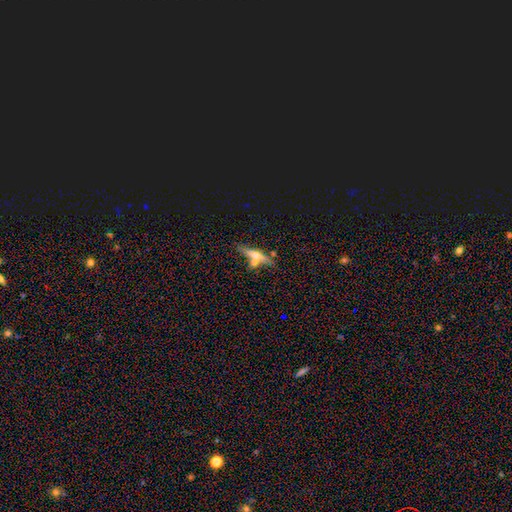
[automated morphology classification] This appears to be a featured or disk galaxy (53%) viewed edge-on (87%). Merging: none (58%).